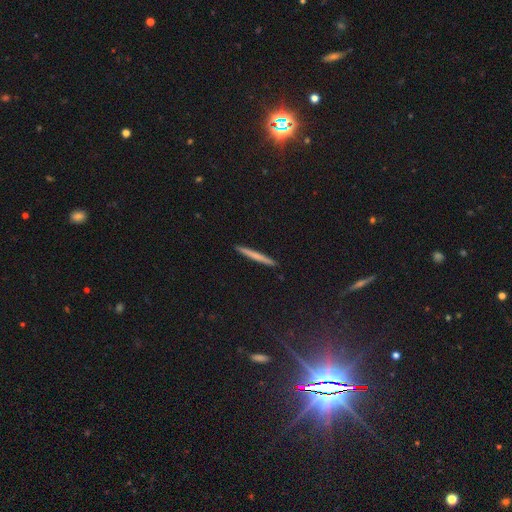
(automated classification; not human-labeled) Smooth or featured? Predicted: smooth (p=0.61). How rounded? Predicted: cigar-shaped (p=0.96). Merging? Predicted: none (p=0.93).